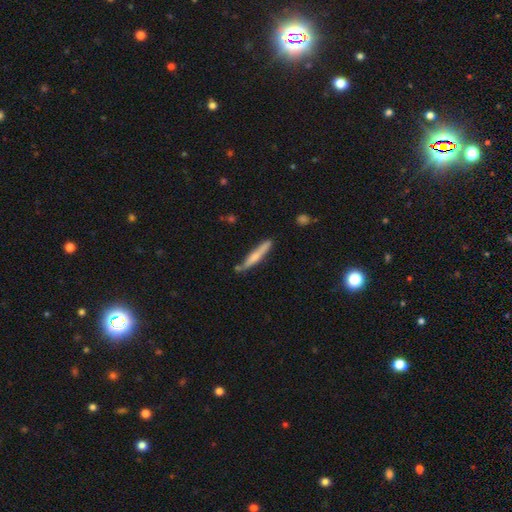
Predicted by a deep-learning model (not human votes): Overall: smooth (51%; featured or disk 43%). How rounded: cigar-shaped (93%). Merging: none (79%).